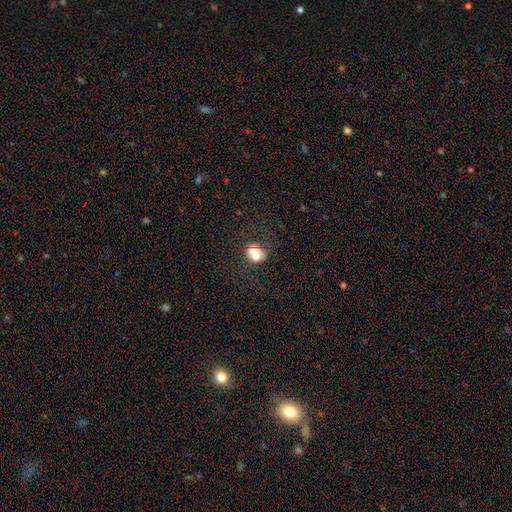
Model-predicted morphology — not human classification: Smooth or featured? smooth (63%)
How rounded? round (60%)
Merging? none (40%)